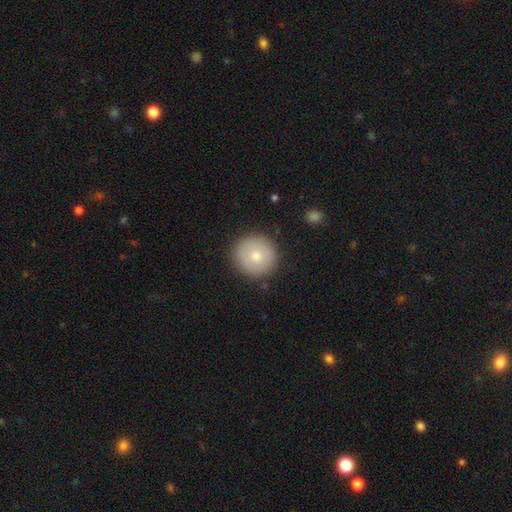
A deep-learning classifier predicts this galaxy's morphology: smooth 76%, featured or disk 16%, star or artifact 8%. Down the decision tree: how rounded — round (96%); merging — none (89%).